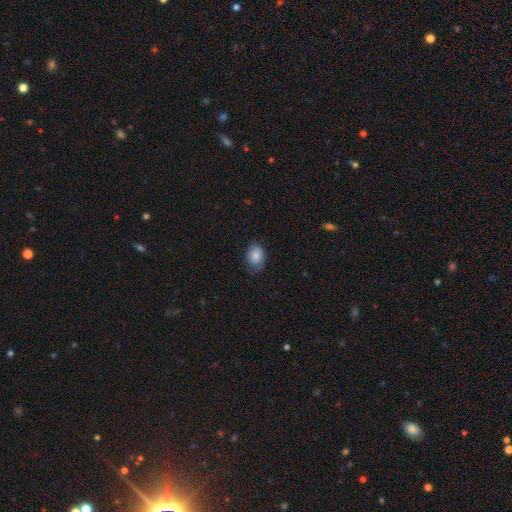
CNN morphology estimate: Overall: smooth (72%). How rounded: in between (59%; round 40%). Merging: none (60%; minor disturbance 27%).